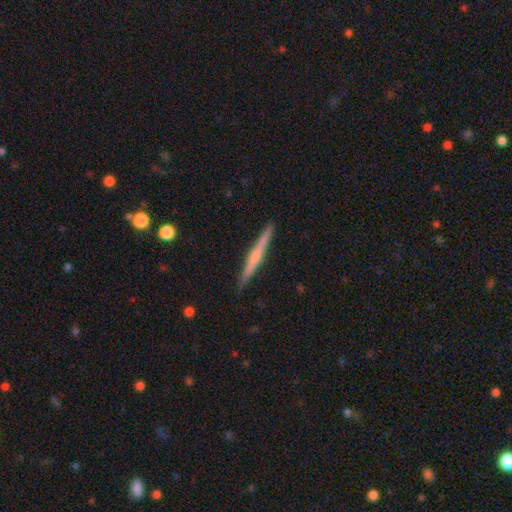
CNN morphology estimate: type=featured or disk (55%); edge-on=yes (98%); edge-on bulge=none (50%); merging=none (91%).